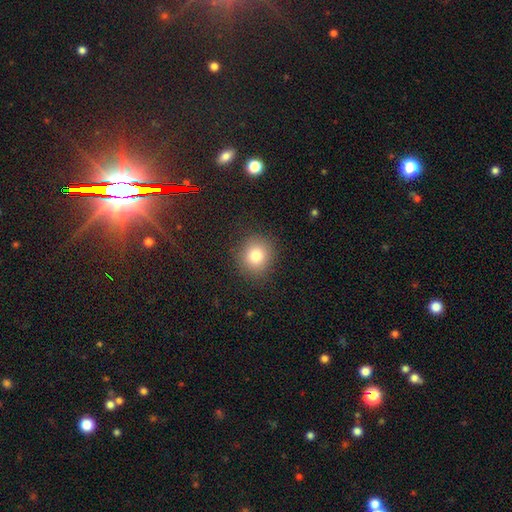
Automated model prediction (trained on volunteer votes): The model was most divided on "how rounded": round: 84%, in between: 15%, cigar-shaped: 1%. More confident: merging — none (88%); smooth or featured — smooth (81%).